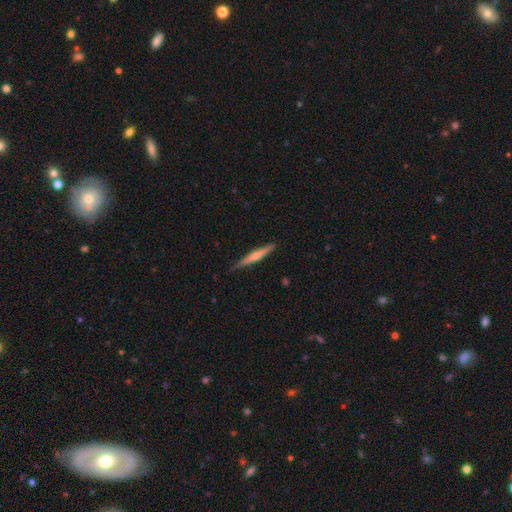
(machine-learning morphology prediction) smooth-or-featured: featured or disk: 51% | smooth: 44% | star or artifact: 5%
  disk-edge-on: yes: 97% | no: 3%
  merging: none: 85% | minor disturbance: 12% | major disturbance: 2% | merger: 1%